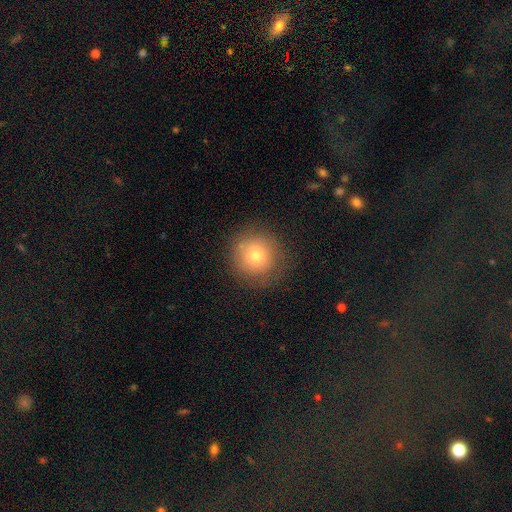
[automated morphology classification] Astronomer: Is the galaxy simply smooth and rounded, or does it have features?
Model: smooth — 74%.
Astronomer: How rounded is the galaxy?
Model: round — 94%.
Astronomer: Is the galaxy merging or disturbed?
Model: none — 84%.